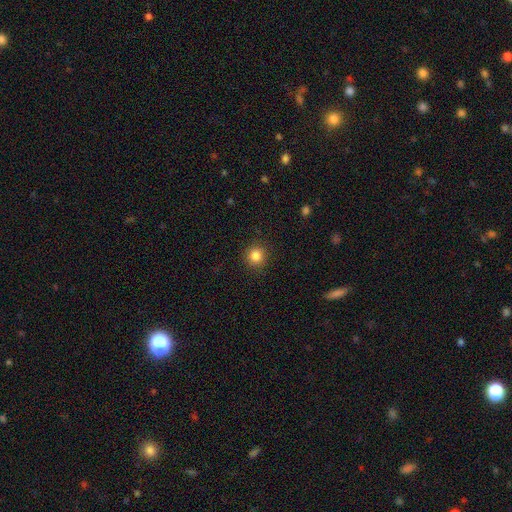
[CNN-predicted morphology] Smooth or featured? smooth (84%)
How rounded? round (91%)
Merging? none (91%)